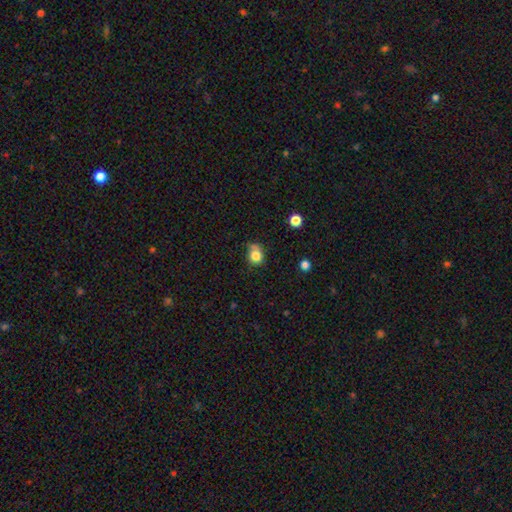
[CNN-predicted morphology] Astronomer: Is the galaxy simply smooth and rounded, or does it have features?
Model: smooth — 81%.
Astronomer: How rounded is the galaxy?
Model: round — 73%.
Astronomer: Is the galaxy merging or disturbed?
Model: none — 54% (runner-up: minor disturbance, 30%).